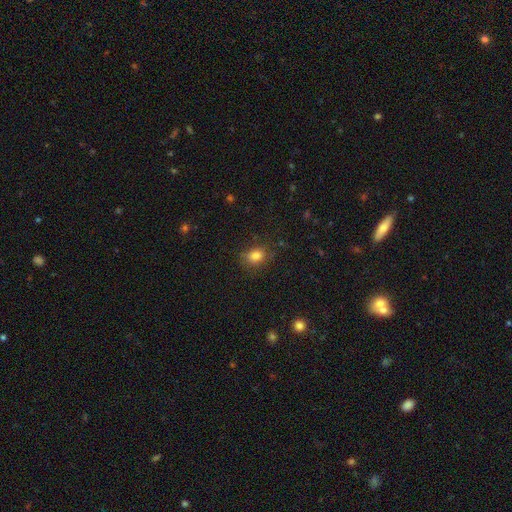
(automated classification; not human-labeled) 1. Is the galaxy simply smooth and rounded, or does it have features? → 82% smooth, 12% star or artifact, 6% featured or disk.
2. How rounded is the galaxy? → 50% round, 49% in between, 1% cigar-shaped.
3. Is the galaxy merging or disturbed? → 79% none, 15% minor disturbance, 4% major disturbance, 1% merger.